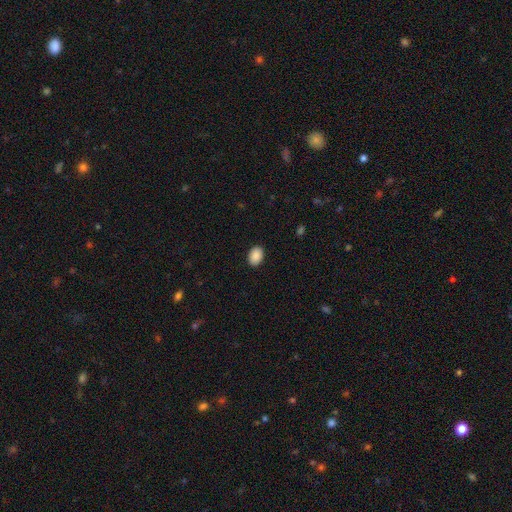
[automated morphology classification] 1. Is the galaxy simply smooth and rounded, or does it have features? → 90% smooth, 7% star or artifact, 3% featured or disk.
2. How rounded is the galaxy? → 80% in between, 19% round, 1% cigar-shaped.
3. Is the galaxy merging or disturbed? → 90% none, 7% minor disturbance, 2% major disturbance, 1% merger.